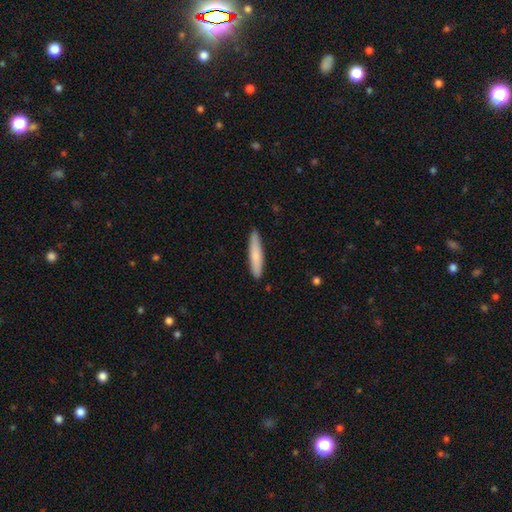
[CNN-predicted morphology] type=smooth (77%); roundness=cigar-shaped (88%); merging=none (89%).